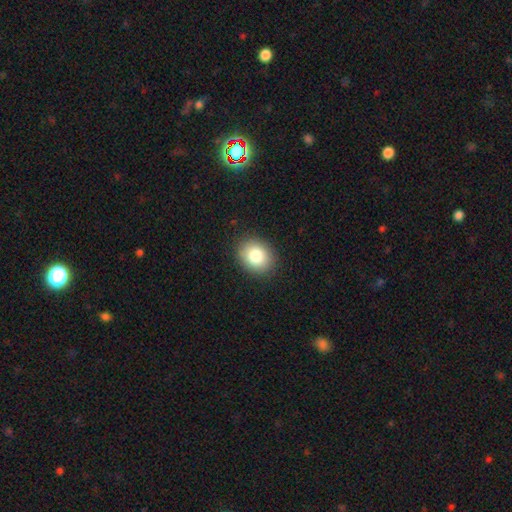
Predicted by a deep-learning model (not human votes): A smooth galaxy with no disk features (83%) that is round (50%). Merging: none (89%).